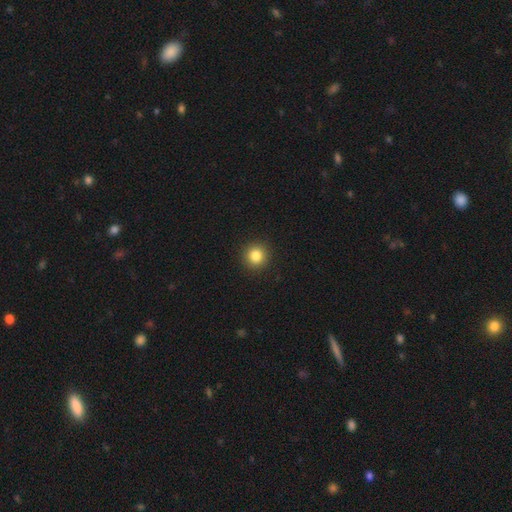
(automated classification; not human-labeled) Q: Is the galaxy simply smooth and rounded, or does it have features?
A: smooth — 84%.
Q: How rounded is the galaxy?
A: round — 93%.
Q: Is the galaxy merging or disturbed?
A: none — 92%.